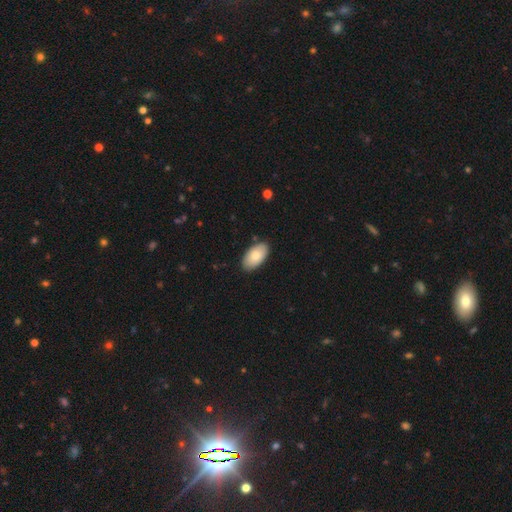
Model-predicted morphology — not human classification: Overall: smooth (82%). How rounded: in between (96%). Merging: none (85%).